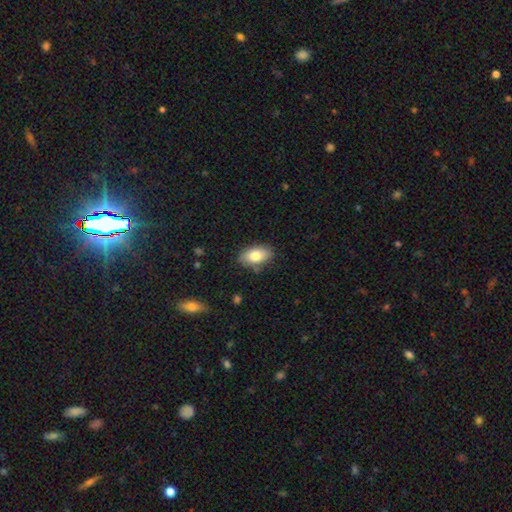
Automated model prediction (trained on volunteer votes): The model was most divided on "smooth or featured": smooth: 80%, featured or disk: 13%, star or artifact: 7%. More confident: how rounded — in between (92%); merging — none (82%).